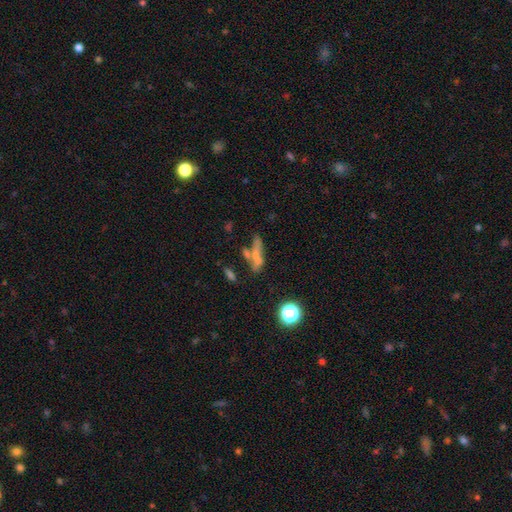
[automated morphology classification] Smooth or featured: smooth — 51% (featured or disk — 34%)
How rounded: cigar-shaped — 56% (in between — 36%)
Merging: none — 43% (merger — 31%)